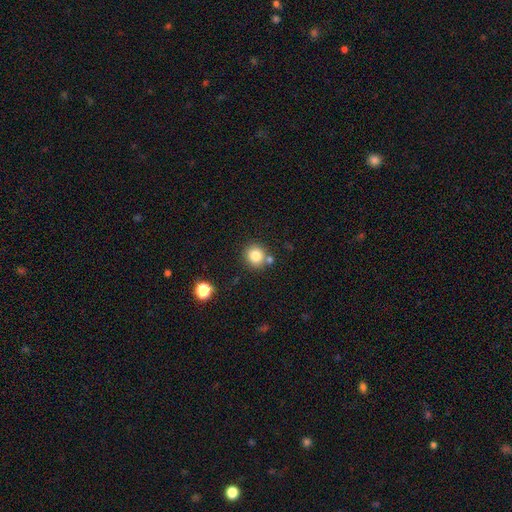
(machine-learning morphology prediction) Smooth or featured? smooth (81%)
How rounded? round (90%)
Merging? none (76%)